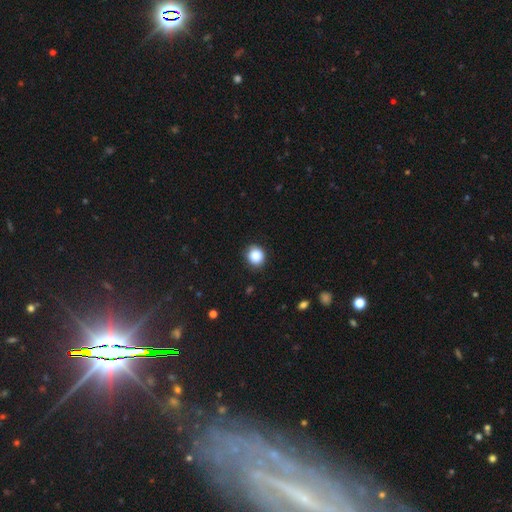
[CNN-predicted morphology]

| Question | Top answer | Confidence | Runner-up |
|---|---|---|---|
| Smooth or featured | smooth | 87% | star or artifact (9%) |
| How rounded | round | 82% | in between (17%) |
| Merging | none | 86% | minor disturbance (11%) |